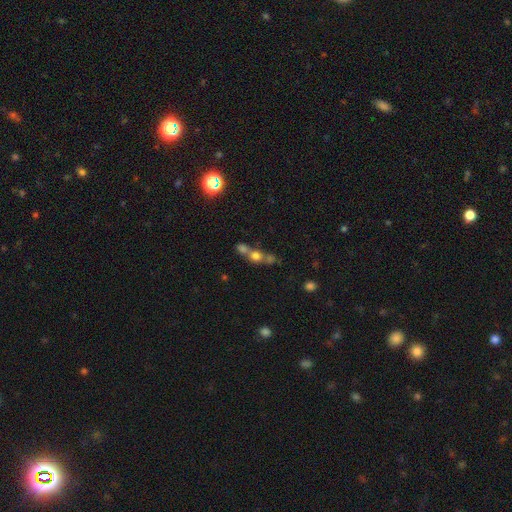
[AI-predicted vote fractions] A smooth galaxy with no disk features (62%) that is round (68%).

Vote fractions:
- Smooth or featured? smooth: 62% / featured or disk: 21% / star or artifact: 17%
- How rounded? round: 68% / in between: 25% / cigar-shaped: 7%
- Merging? merger: 61% / none: 28% / minor disturbance: 7% / major disturbance: 5%